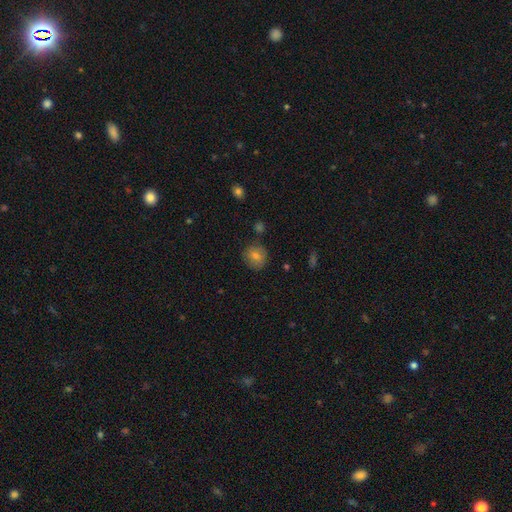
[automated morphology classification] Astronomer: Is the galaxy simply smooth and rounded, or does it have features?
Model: smooth — 72%.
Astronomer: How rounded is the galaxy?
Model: round — 89%.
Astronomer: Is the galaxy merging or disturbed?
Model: none — 83%.